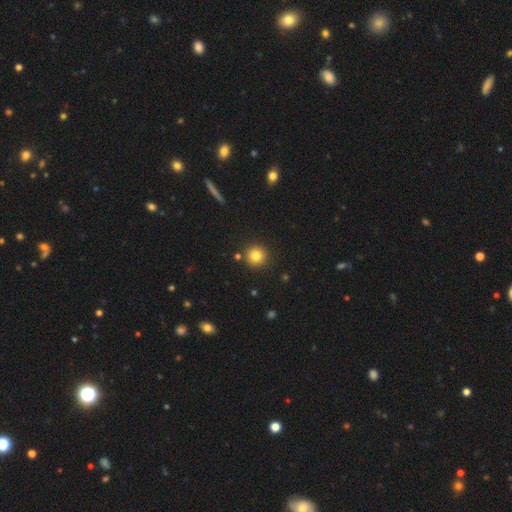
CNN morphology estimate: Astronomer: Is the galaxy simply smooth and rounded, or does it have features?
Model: smooth — 82%.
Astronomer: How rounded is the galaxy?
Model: round — 94%.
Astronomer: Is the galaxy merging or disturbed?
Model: none — 89%.